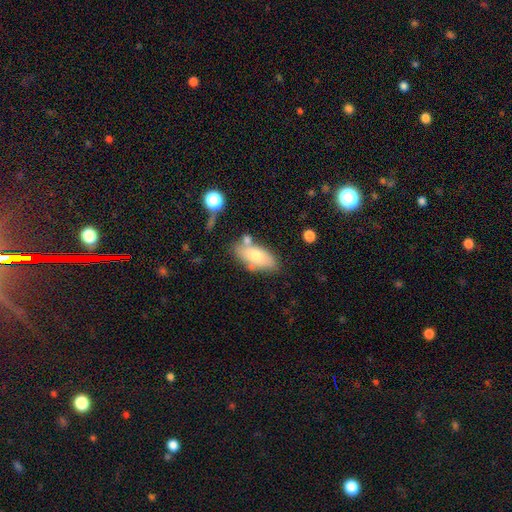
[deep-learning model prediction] This is likely a smooth galaxy (68%). How rounded: clearly in between (88%). Merging: likely none (64%).